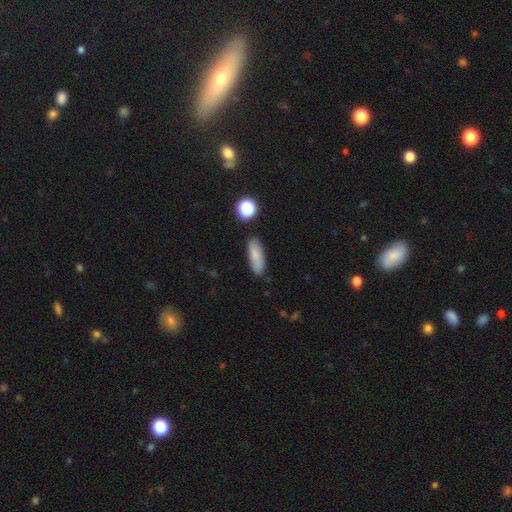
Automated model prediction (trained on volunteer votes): A smooth galaxy with no disk features (81%) that is in between round and cigar-shaped (65%).

Vote fractions:
- Smooth or featured? smooth: 81% / featured or disk: 10% / star or artifact: 9%
- How rounded? in between: 65% / cigar-shaped: 32% / round: 3%
- Merging? none: 82% / minor disturbance: 12% / merger: 3% / major disturbance: 3%